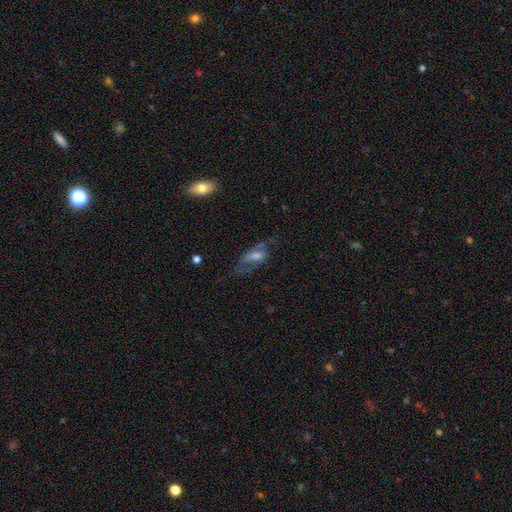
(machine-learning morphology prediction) Smooth or featured?
  - featured or disk: 57% *
  - smooth: 32%
  - star or artifact: 11%
Edge-on disk?
  - no: 79% *
  - yes: 21%
Merging?
  - none: 52% *
  - major disturbance: 24%
  - minor disturbance: 21%
  - merger: 3%